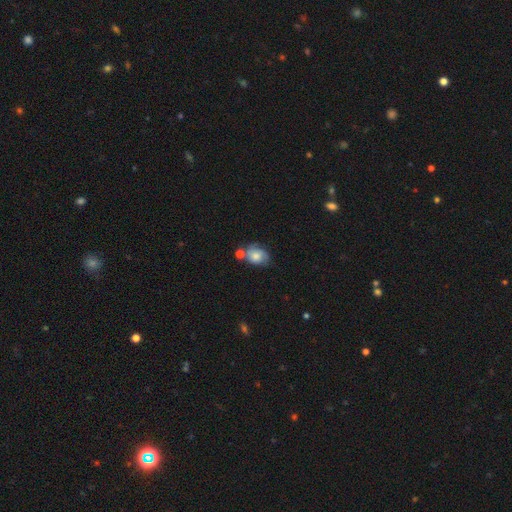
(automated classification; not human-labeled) Smooth or featured? smooth (46%)
Merging? none (50%)